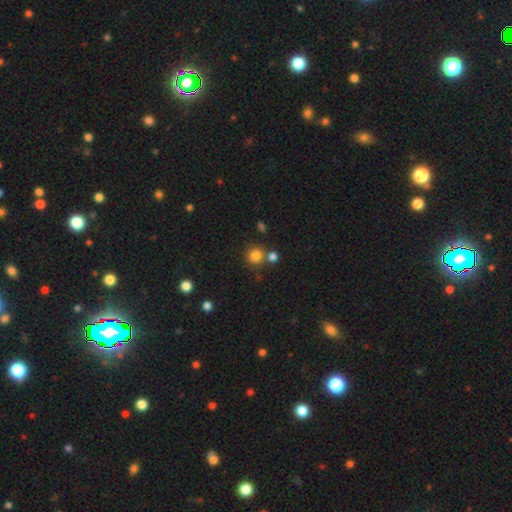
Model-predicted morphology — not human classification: Q: Smooth or featured?
A: smooth (82%); runner-up: star or artifact (13%)
Q: How rounded?
A: round (91%); runner-up: in between (8%)
Q: Merging?
A: none (72%); runner-up: merger (17%)